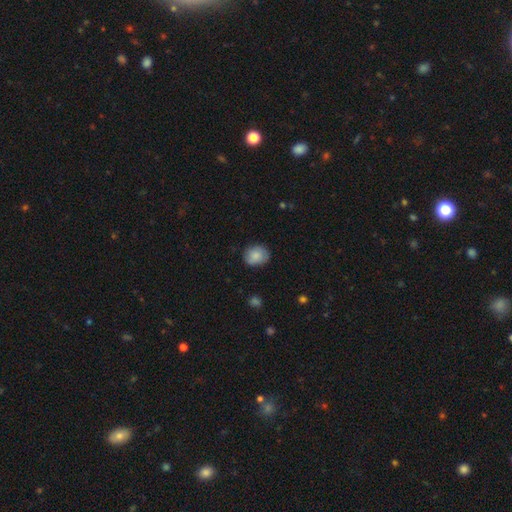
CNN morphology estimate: Smooth or featured? Predicted: smooth (p=0.86). How rounded? Predicted: round (p=0.61). Merging? Predicted: none (p=0.81).